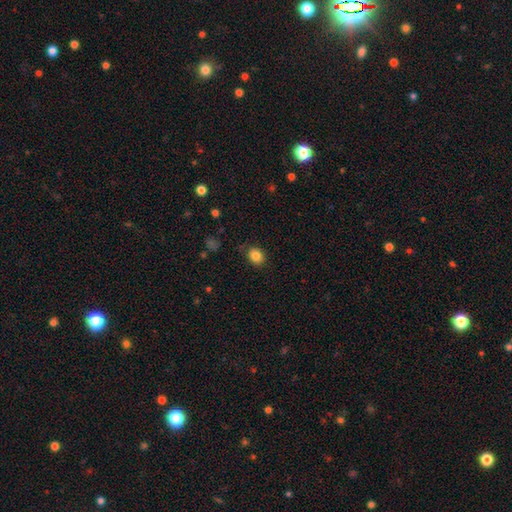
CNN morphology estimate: Smooth or featured?
  - smooth: 84% *
  - star or artifact: 11%
  - featured or disk: 5%
How rounded?
  - round: 63% *
  - in between: 36%
  - cigar-shaped: 1%
Merging?
  - none: 81% *
  - minor disturbance: 14%
  - major disturbance: 3%
  - merger: 2%